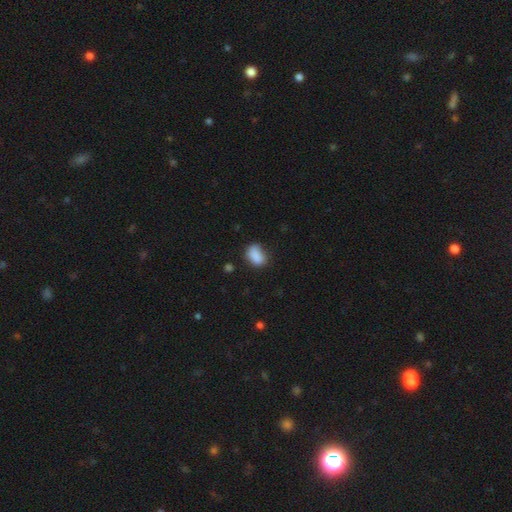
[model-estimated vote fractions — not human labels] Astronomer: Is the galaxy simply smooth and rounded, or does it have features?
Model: smooth — 86%.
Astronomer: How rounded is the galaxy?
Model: in between — 80%.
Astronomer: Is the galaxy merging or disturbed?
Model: none — 60%.